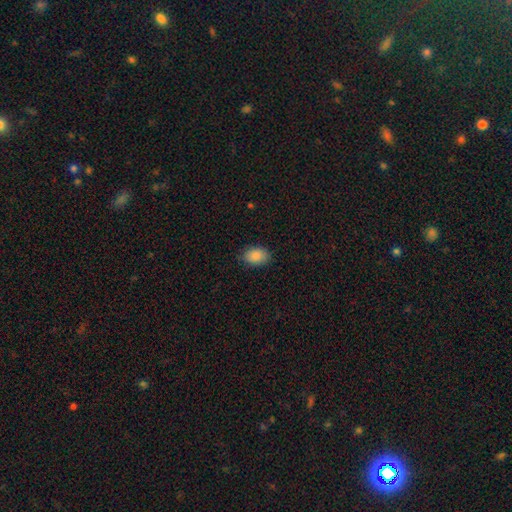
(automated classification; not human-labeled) This appears to be a smooth galaxy with no disk features (89%) that is in between round and cigar-shaped (81%). Merging: none (84%).